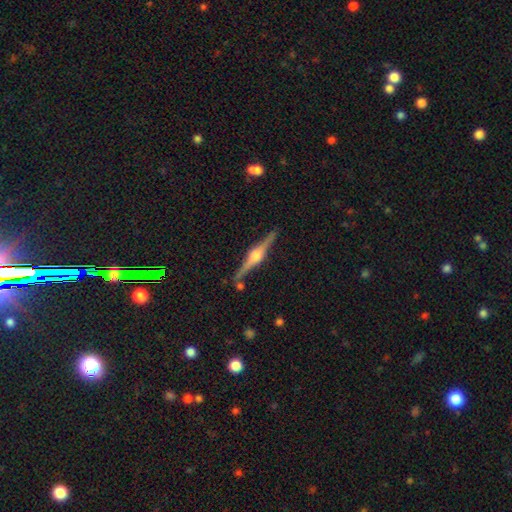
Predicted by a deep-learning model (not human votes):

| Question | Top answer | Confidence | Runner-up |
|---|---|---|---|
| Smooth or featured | featured or disk | 87% | smooth (8%) |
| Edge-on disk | yes | 98% | no (2%) |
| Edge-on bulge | rounded | 90% | boxy (8%) |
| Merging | none | 88% | minor disturbance (8%) |